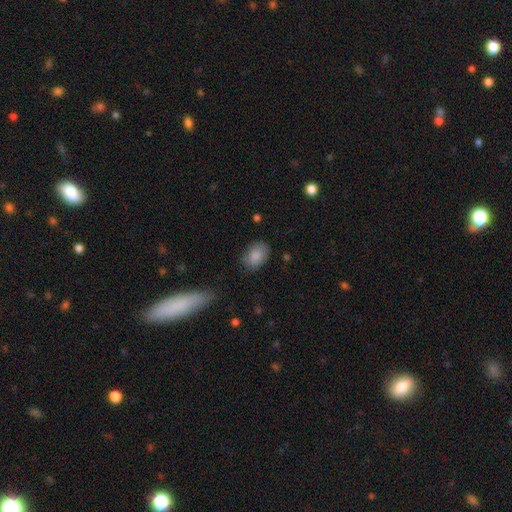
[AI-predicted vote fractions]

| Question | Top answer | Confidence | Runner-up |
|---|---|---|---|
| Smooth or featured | smooth | 86% | featured or disk (7%) |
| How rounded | in between | 80% | round (18%) |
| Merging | none | 74% | minor disturbance (20%) |